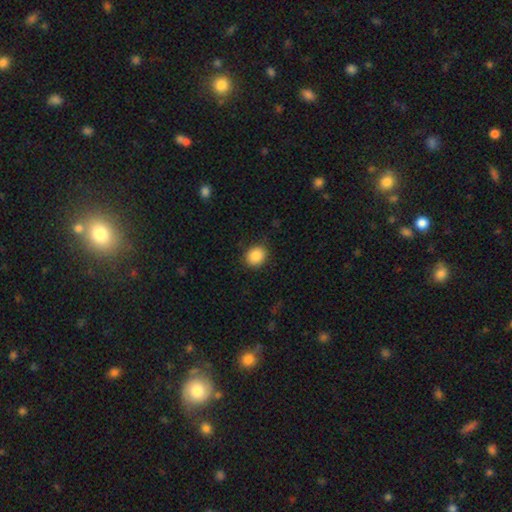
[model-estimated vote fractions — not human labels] A smooth galaxy with no disk features (87%) that is round (69%).

Vote fractions:
- Smooth or featured? smooth: 87% / star or artifact: 9% / featured or disk: 4%
- How rounded? round: 69% / in between: 30% / cigar-shaped: 1%
- Merging? none: 87% / minor disturbance: 10% / major disturbance: 3% / merger: 1%